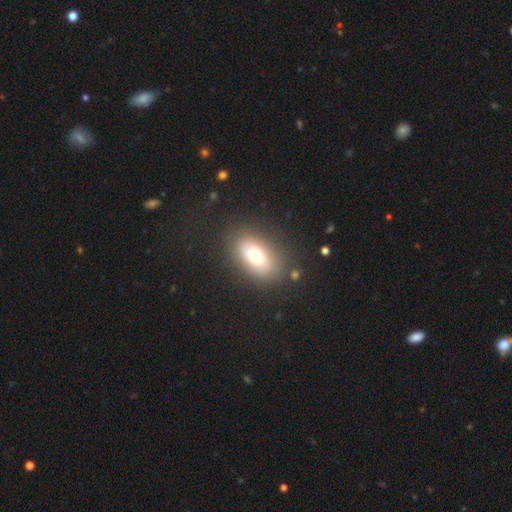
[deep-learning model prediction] This appears to be a smooth galaxy with no disk features (70%) that is in between round and cigar-shaped (84%). Merging: none (83%).